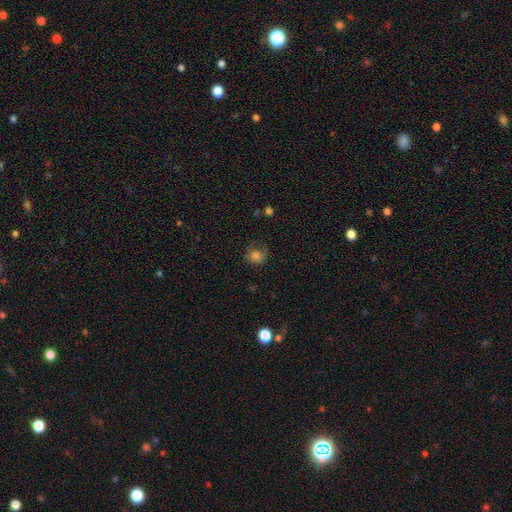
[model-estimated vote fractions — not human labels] smooth-or-featured: smooth: 80% | star or artifact: 13% | featured or disk: 8%
  how-rounded: round: 82% | in between: 17% | cigar-shaped: 1%
  merging: none: 62% | minor disturbance: 24% | major disturbance: 12% | merger: 2%